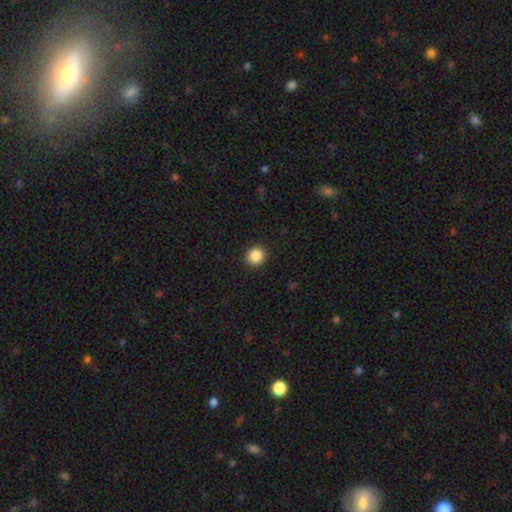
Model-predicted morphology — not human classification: type=smooth (87%); roundness=round (89%); merging=none (92%).